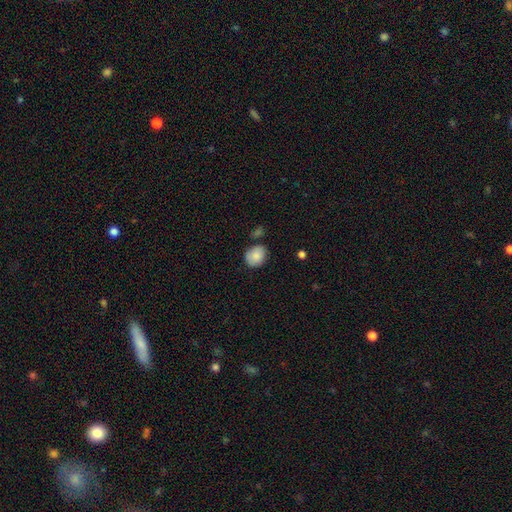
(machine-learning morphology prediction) A smooth galaxy with no disk features (84%) that is round (58%).

Vote fractions:
- Smooth or featured? smooth: 84% / featured or disk: 8% / star or artifact: 7%
- How rounded? round: 58% / in between: 41% / cigar-shaped: 1%
- Merging? none: 68% / minor disturbance: 21% / merger: 6% / major disturbance: 4%